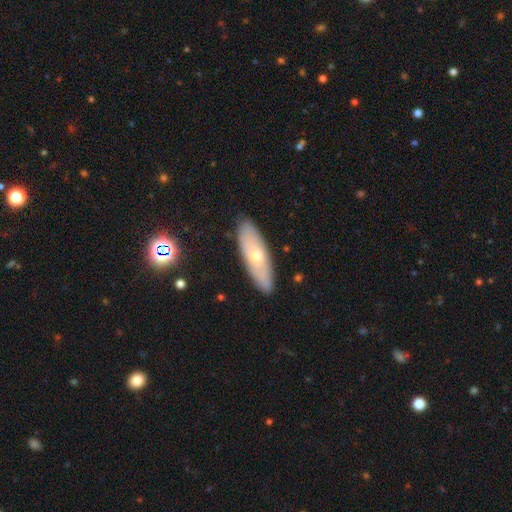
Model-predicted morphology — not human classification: This is possibly a smooth galaxy (48%). Merging: clearly none (86%).